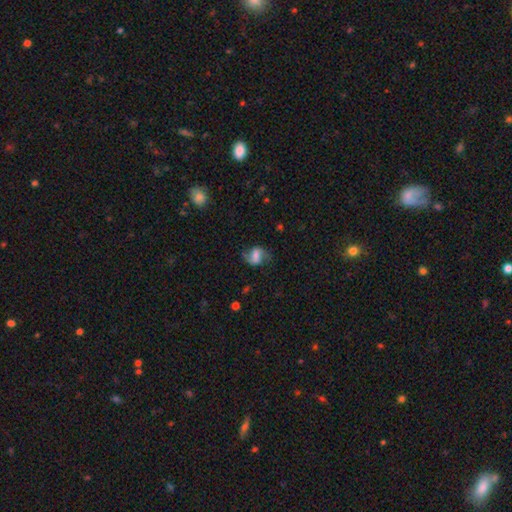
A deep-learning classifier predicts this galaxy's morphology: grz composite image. It shows a featured or disk galaxy (59%) with a weak bar (42%), 2 (88%) loose (54%) spiral arms (89%) and a moderate central bulge (38%). Merging: none (68%).